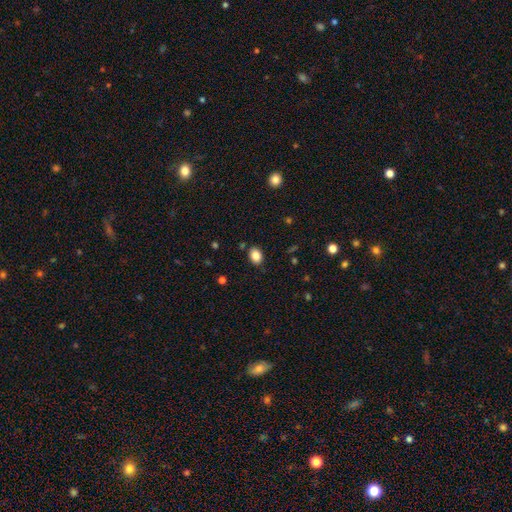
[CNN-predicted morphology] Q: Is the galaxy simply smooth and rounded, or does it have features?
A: smooth — 85%.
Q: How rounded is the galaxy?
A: in between — 70%.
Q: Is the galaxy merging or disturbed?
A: none — 86%.